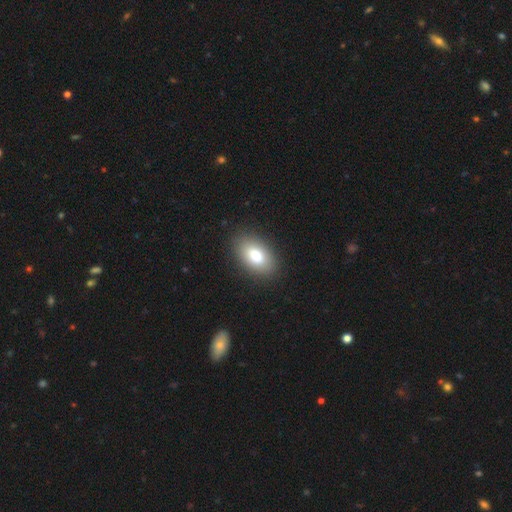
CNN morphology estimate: A smooth galaxy with no disk features (83%) that is in between round and cigar-shaped (93%).

Vote fractions:
- Smooth or featured? smooth: 83% / featured or disk: 9% / star or artifact: 7%
- How rounded? in between: 93% / round: 6% / cigar-shaped: 2%
- Merging? none: 87% / minor disturbance: 9% / major disturbance: 3% / merger: 1%